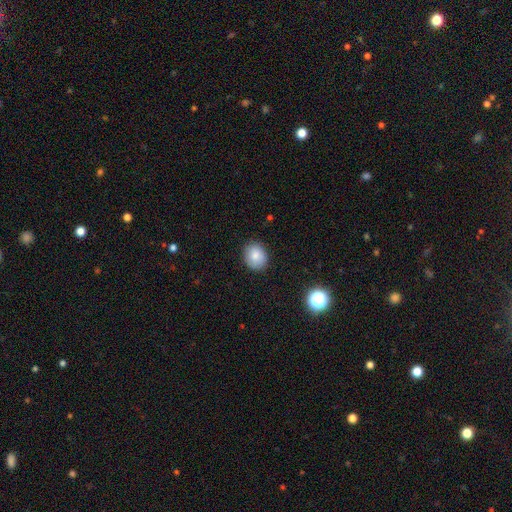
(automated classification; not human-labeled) A smooth galaxy with no disk features (83%) that is round (63%). Merging: none (86%).